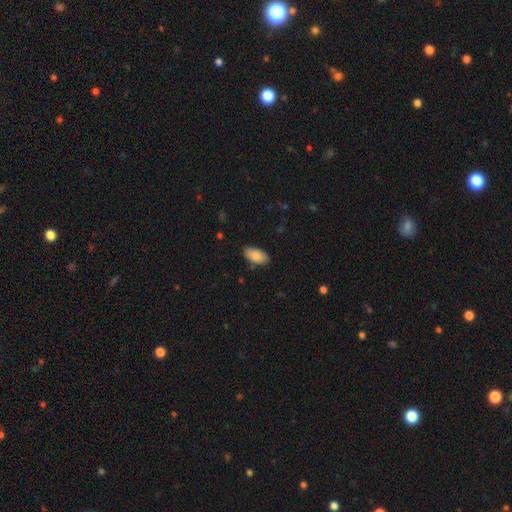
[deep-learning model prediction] Smooth or featured? smooth (83%)
How rounded? in between (94%)
Merging? none (84%)